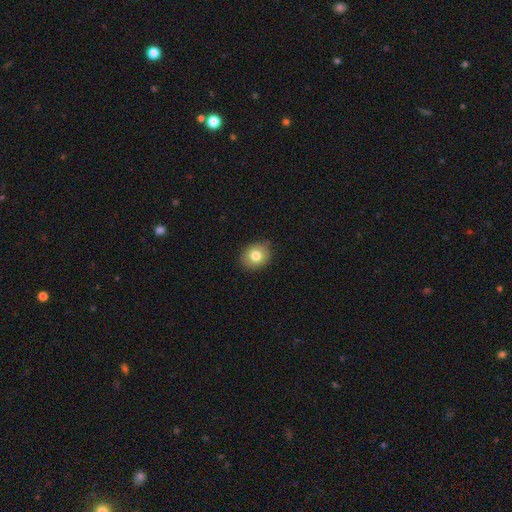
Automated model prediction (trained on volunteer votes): smooth 79%, featured or disk 11%, star or artifact 10%. Down the decision tree: how rounded — round (63%); merging — none (86%).